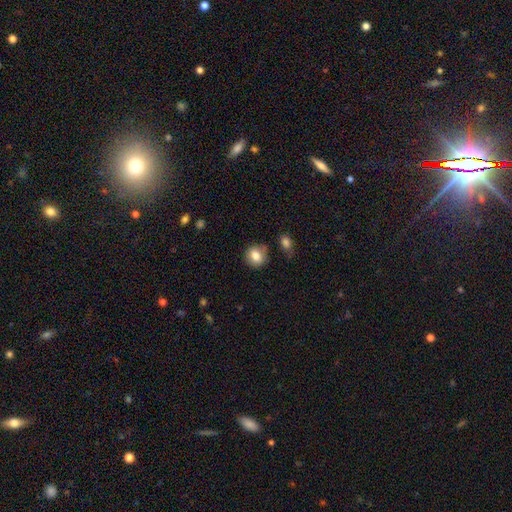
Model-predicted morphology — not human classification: This appears to be a smooth galaxy with no disk features (81%) that is round (81%). Merging: none (78%).